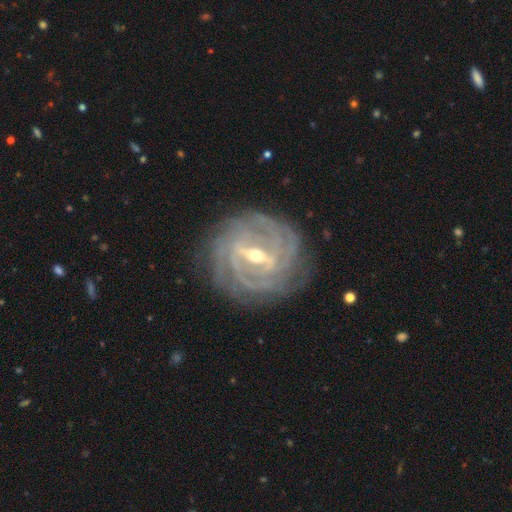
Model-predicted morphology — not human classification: The model was most divided on "spiral arm count": can't tell: 28%, 4: 24%, 3: 17%, 2: 14%, more than 4: 10%, 1: 6%. More confident: spiral arms — yes (96%); edge-on disk — no (94%); smooth or featured — featured or disk (91%); merging — none (81%); spiral winding — tight (79%); bar — strong (64%); bulge size — moderate (52%).